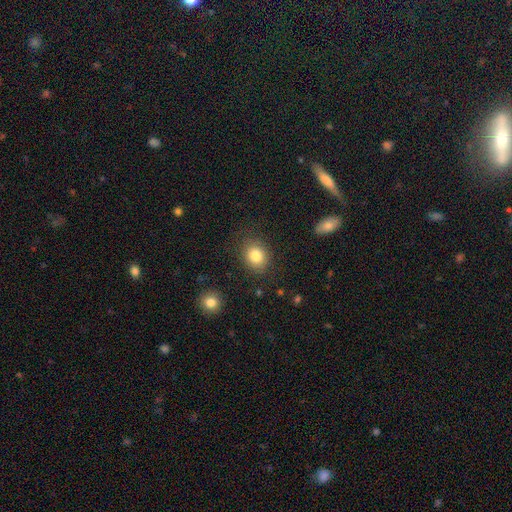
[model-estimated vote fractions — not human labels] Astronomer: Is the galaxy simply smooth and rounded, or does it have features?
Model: smooth — 82%.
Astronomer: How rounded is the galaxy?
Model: round — 57% (runner-up: in between, 42%).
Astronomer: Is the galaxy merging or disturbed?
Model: none — 84%.